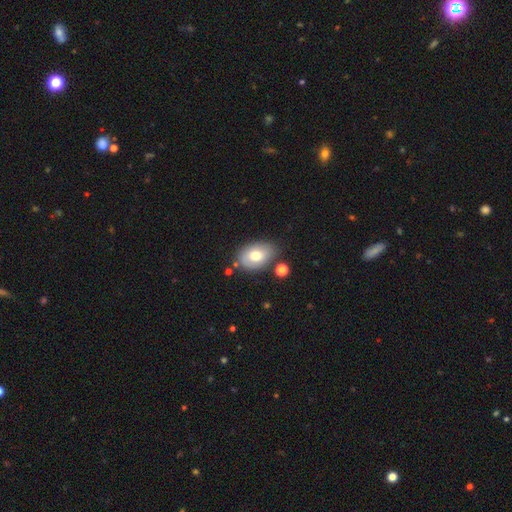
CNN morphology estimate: Smooth or featured: smooth — 71% (featured or disk — 21%)
How rounded: in between — 84% (round — 15%)
Merging: none — 71% (minor disturbance — 18%)